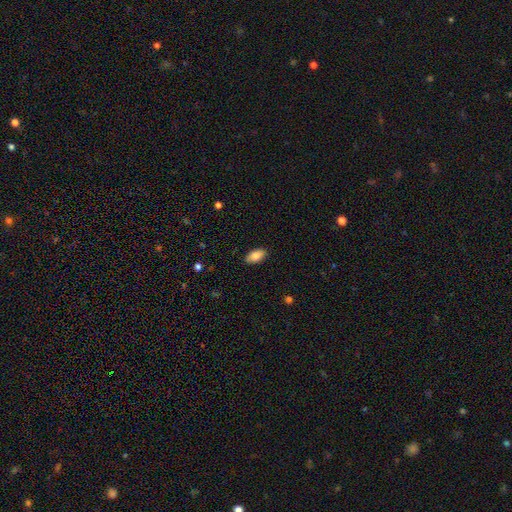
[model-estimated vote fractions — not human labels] Smooth or featured? Predicted: smooth (p=0.81). How rounded? Predicted: in between (p=0.93). Merging? Predicted: none (p=0.89).